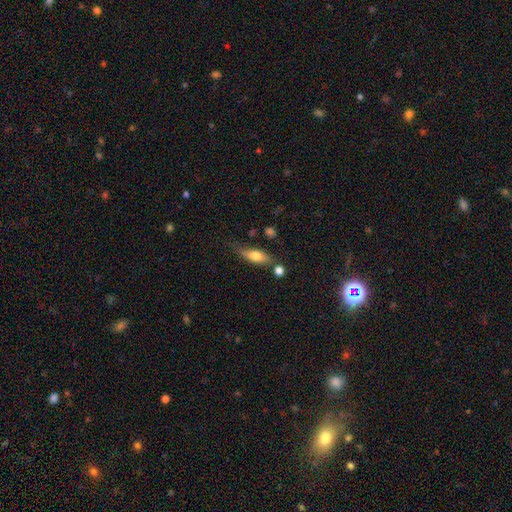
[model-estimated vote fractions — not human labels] A smooth galaxy with no disk features (66%) that is in between round and cigar-shaped (60%). Merging: none (61%).